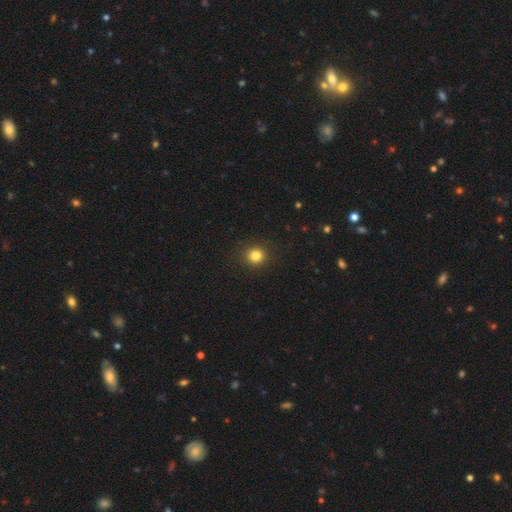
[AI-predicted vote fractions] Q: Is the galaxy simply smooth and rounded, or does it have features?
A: smooth — 82%.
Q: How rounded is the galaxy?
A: round — 90%.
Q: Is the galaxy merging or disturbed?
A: none — 91%.